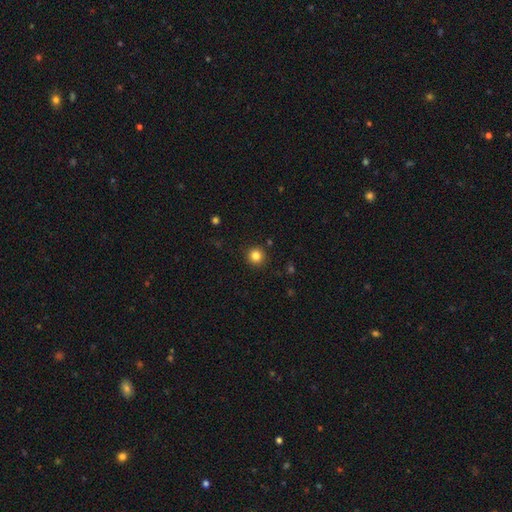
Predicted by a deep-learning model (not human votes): Overall: smooth (84%). How rounded: round (95%). Merging: none (91%).